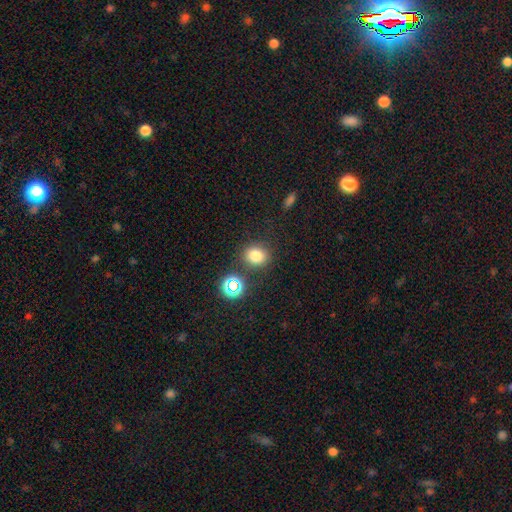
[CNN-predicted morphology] This is likely a smooth galaxy (77%). How rounded: likely round (74%). Merging: clearly none (81%).